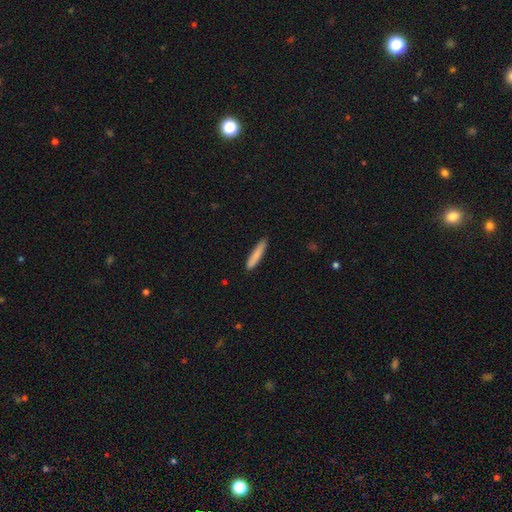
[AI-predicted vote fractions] smooth-or-featured: smooth: 84% | featured or disk: 10% | star or artifact: 6%
  how-rounded: cigar-shaped: 91% | in between: 8% | round: 1%
  merging: none: 88% | minor disturbance: 9% | major disturbance: 2% | merger: 1%